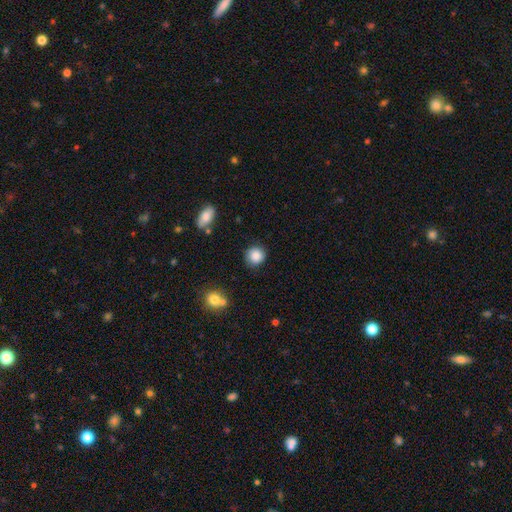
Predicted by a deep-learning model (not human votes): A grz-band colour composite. It shows a smooth galaxy with no disk features (87%) that is round (89%). Merging: none (84%).